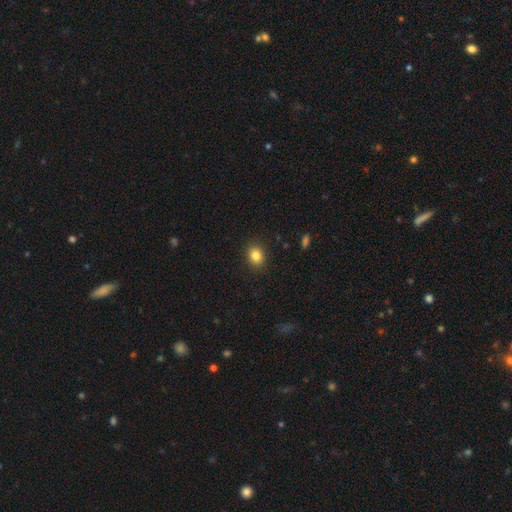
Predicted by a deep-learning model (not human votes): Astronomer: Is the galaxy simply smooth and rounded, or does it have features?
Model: smooth — 85%.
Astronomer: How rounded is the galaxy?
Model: round — 52% (runner-up: in between, 47%).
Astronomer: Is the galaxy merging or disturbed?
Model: none — 88%.